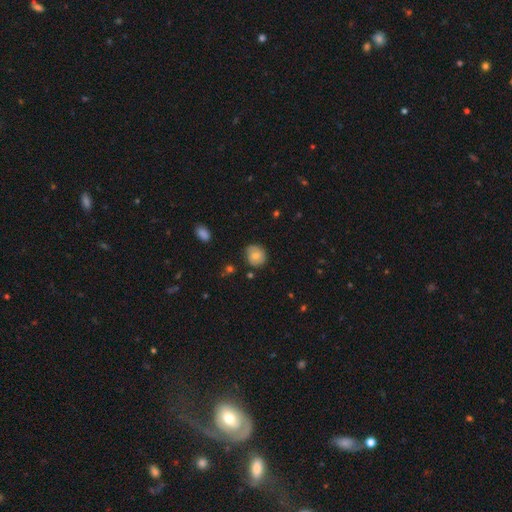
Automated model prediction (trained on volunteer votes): A smooth galaxy with no disk features (68%) that is round (79%).

Vote fractions:
- Smooth or featured? smooth: 68% / featured or disk: 24% / star or artifact: 8%
- How rounded? round: 79% / in between: 20% / cigar-shaped: 1%
- Merging? none: 76% / minor disturbance: 19% / major disturbance: 3% / merger: 2%